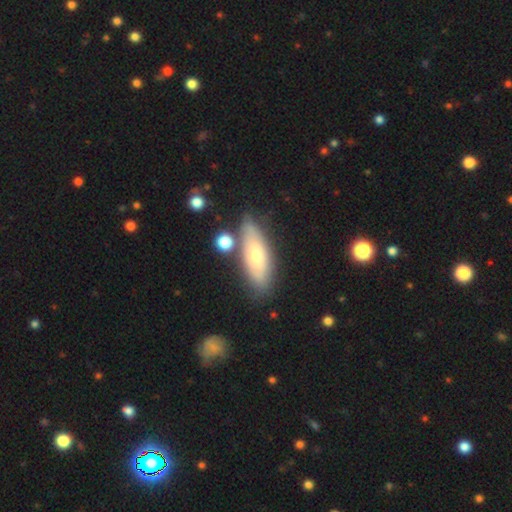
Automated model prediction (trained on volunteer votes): This appears to be a smooth galaxy with no disk features (57%) that is in between round and cigar-shaped (64%). Merging: none (70%).